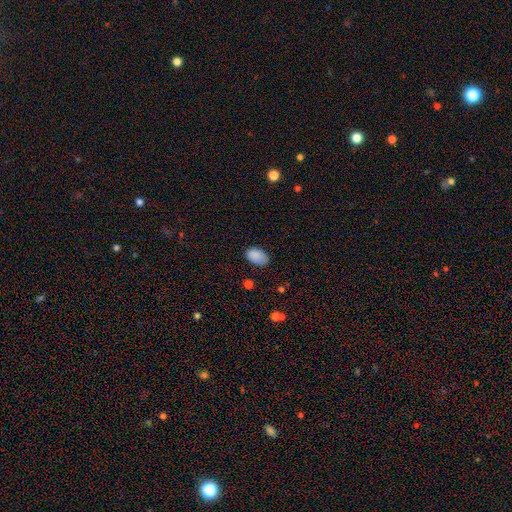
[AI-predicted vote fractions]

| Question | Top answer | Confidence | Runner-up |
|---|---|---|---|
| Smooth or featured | smooth | 88% | star or artifact (8%) |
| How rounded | in between | 90% | round (9%) |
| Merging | none | 79% | minor disturbance (16%) |